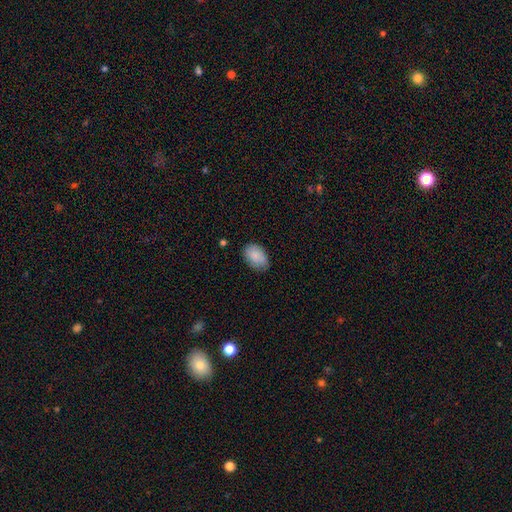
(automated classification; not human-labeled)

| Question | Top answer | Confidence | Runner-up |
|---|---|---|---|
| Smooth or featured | smooth | 87% | featured or disk (7%) |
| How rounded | in between | 87% | round (12%) |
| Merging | none | 71% | minor disturbance (23%) |